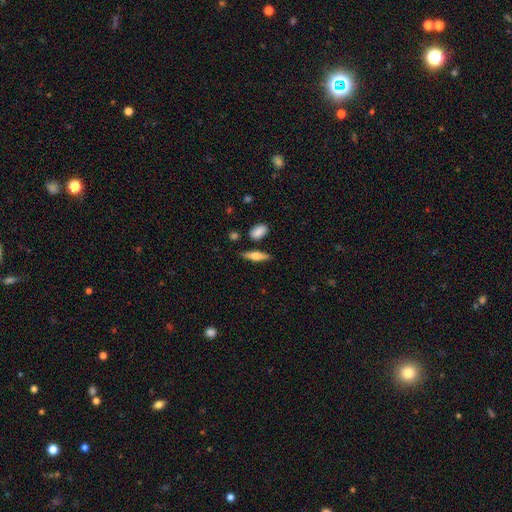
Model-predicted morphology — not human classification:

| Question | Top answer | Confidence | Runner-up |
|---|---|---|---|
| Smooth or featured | smooth | 49% | featured or disk (45%) |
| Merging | none | 81% | minor disturbance (12%) |